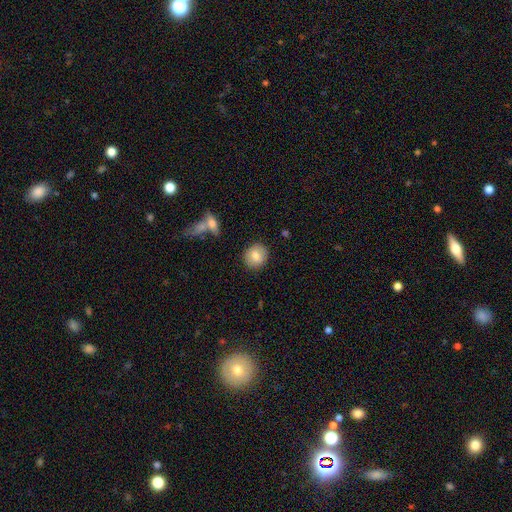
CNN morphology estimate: This is clearly a smooth galaxy (81%). How rounded: clearly round (81%). Merging: clearly none (87%).